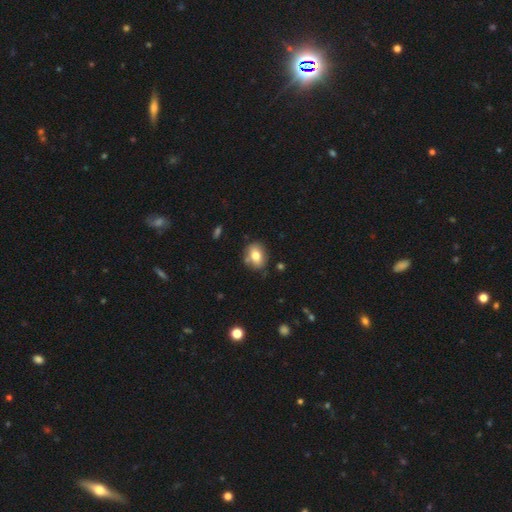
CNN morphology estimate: A smooth galaxy with no disk features (76%) that is in between round and cigar-shaped (66%). Merging: none (75%).